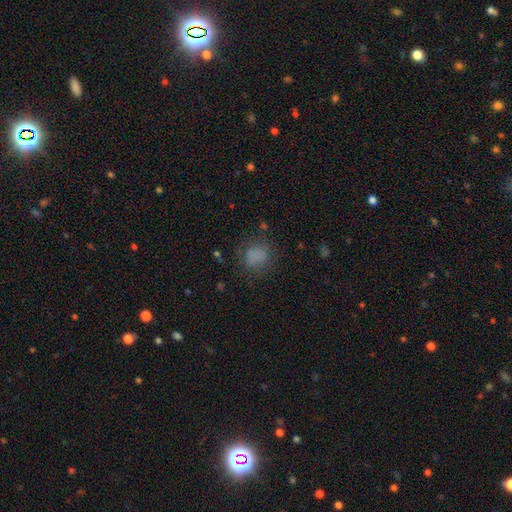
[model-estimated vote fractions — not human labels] Smooth or featured?
  - smooth: 75% *
  - star or artifact: 14%
  - featured or disk: 10%
How rounded?
  - round: 73% *
  - in between: 26%
  - cigar-shaped: 1%
Merging?
  - none: 70% *
  - minor disturbance: 17%
  - major disturbance: 11%
  - merger: 2%